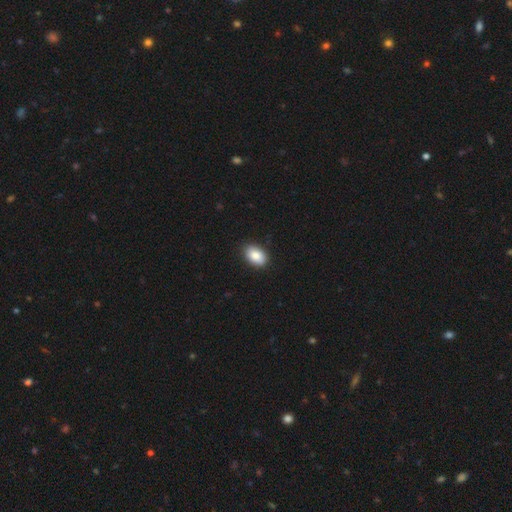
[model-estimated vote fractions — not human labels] The model was most divided on "merging": none: 88%, minor disturbance: 10%, major disturbance: 2%, merger: 1%. More confident: how rounded — in between (89%); smooth or featured — smooth (87%).